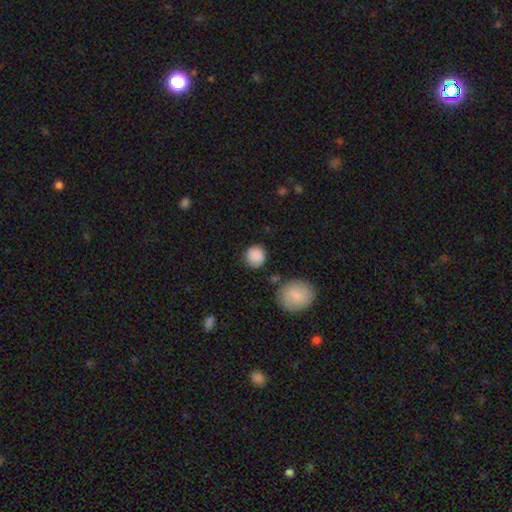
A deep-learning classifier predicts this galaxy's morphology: The model was most divided on "merging": none: 82%, minor disturbance: 10%, merger: 4%, major disturbance: 4%. More confident: how rounded — round (91%); smooth or featured — smooth (89%).